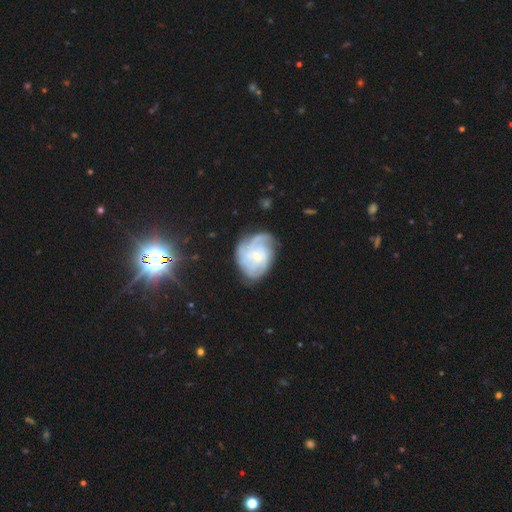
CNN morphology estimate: Q: Smooth or featured?
A: featured or disk (79%); runner-up: smooth (15%)
Q: Edge-on disk?
A: no (97%); runner-up: yes (3%)
Q: Bar?
A: no (67%); runner-up: weak (28%)
Q: Spiral arms?
A: yes (93%); runner-up: no (7%)
Q: Spiral winding?
A: tight (58%); runner-up: medium (31%)
Q: Spiral arm count?
A: can't tell (35%); runner-up: 3 (24%)
Q: Bulge size?
A: small (65%); runner-up: moderate (30%)
Q: Merging?
A: none (63%); runner-up: minor disturbance (23%)